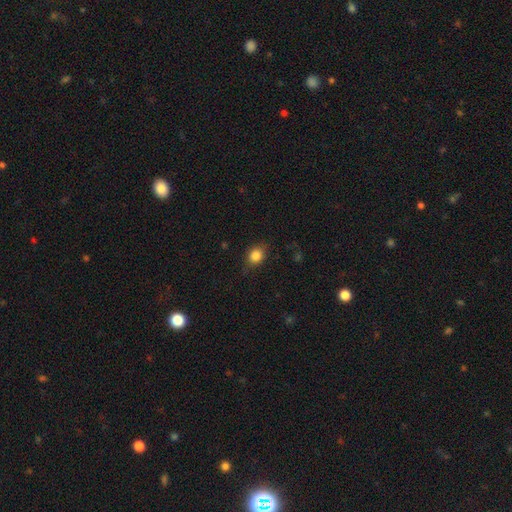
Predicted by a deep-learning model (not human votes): smooth-or-featured: smooth: 85% | star or artifact: 9% | featured or disk: 6%
  how-rounded: round: 52% | in between: 47% | cigar-shaped: 1%
  merging: none: 79% | minor disturbance: 16% | major disturbance: 4% | merger: 1%